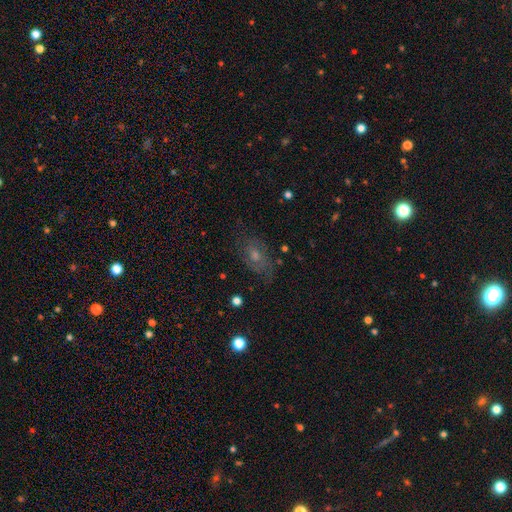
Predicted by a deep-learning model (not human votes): Morphology: type=featured or disk (50%); edge-on=no (93%); merging=none (67%).